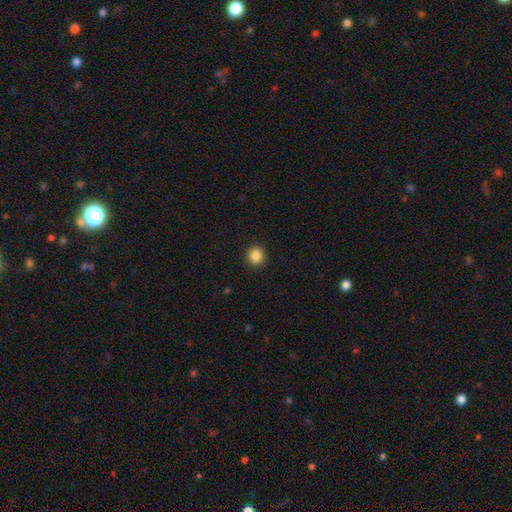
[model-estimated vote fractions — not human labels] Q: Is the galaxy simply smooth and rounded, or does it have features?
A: smooth — 86%.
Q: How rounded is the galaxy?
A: round — 88%.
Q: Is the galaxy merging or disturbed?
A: none — 92%.